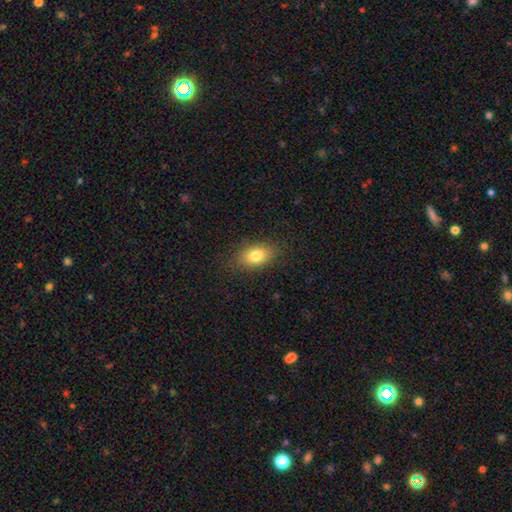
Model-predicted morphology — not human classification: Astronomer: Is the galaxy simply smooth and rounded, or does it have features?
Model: smooth — 80%.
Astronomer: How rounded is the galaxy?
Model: in between — 85%.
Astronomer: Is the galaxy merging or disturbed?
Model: none — 84%.